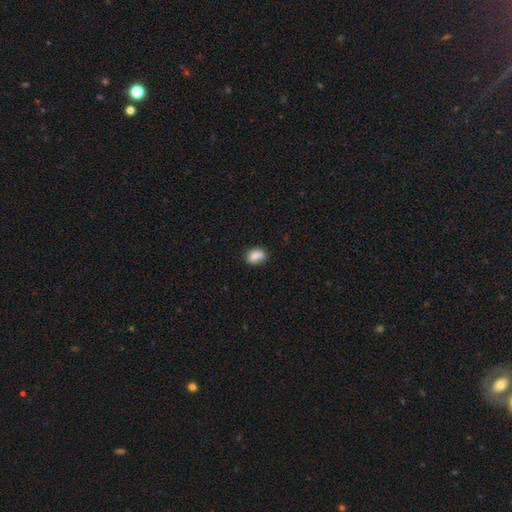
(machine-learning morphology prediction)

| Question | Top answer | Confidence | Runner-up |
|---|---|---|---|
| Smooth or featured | smooth | 80% | featured or disk (11%) |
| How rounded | in between | 68% | round (30%) |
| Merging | none | 64% | minor disturbance (22%) |